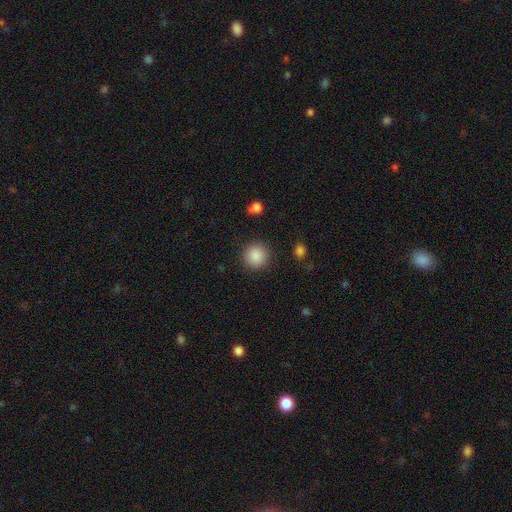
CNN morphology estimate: smooth_or_featured: smooth (p=0.88) [alt: star or artifact p=0.08]
how_rounded: round (p=0.94) [alt: in between p=0.05]
merging: none (p=0.90) [alt: minor disturbance p=0.06]